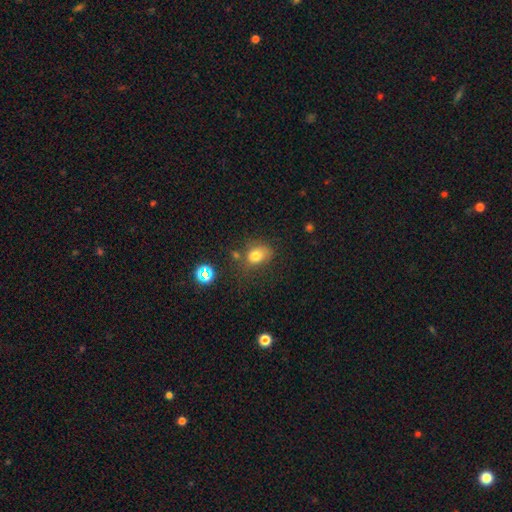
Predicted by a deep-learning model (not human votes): The model was most divided on "how rounded": in between: 60%, round: 39%, cigar-shaped: 1%. More confident: smooth or featured — smooth (75%); merging — none (58%).